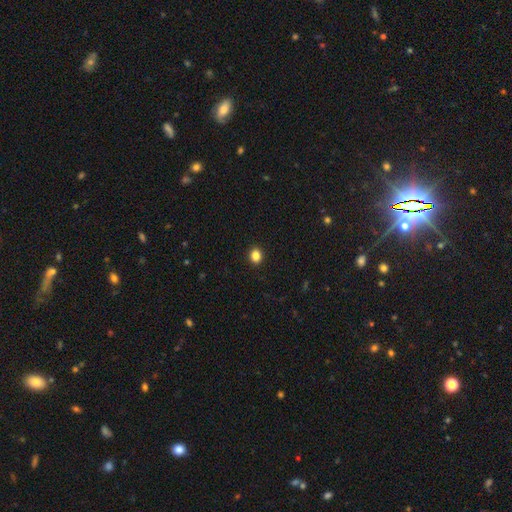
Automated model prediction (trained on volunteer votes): Smooth or featured: smooth — 85% (star or artifact — 11%)
How rounded: round — 66% (in between — 33%)
Merging: none — 92% (minor disturbance — 5%)